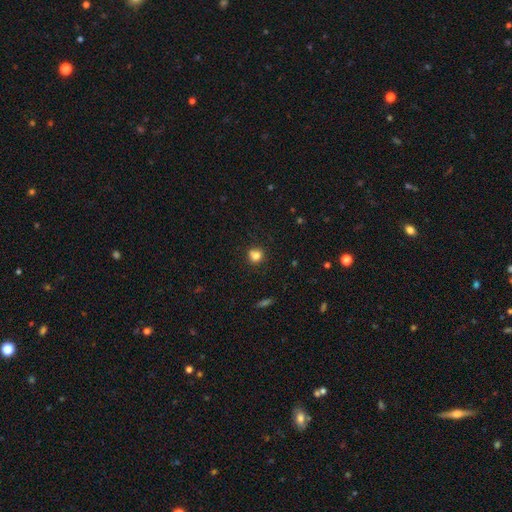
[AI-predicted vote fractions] smooth-or-featured: smooth: 79% | star or artifact: 12% | featured or disk: 8%
  how-rounded: round: 85% | in between: 14% | cigar-shaped: 1%
  merging: none: 68% | minor disturbance: 15% | merger: 14% | major disturbance: 4%